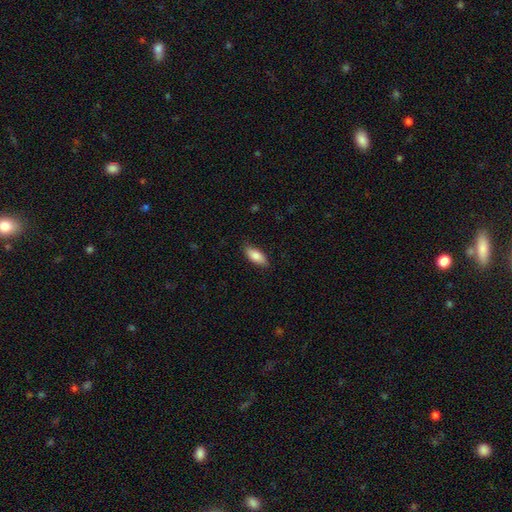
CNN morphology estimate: smooth-or-featured: smooth: 83% | featured or disk: 11% | star or artifact: 6%
  how-rounded: in between: 83% | cigar-shaped: 14% | round: 2%
  merging: none: 84% | minor disturbance: 13% | major disturbance: 2% | merger: 1%